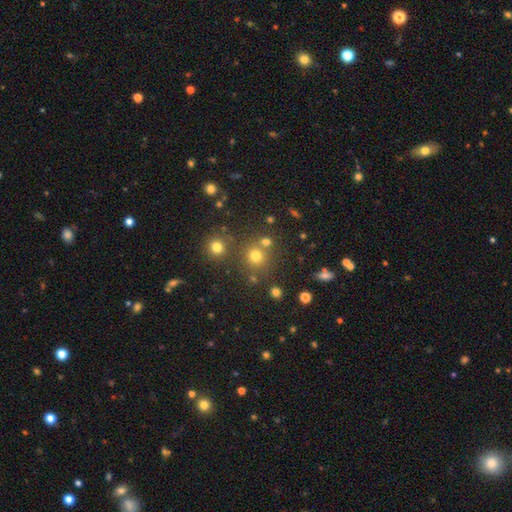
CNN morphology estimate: A smooth galaxy with no disk features (74%) that is round (91%). Merging: none (72%).